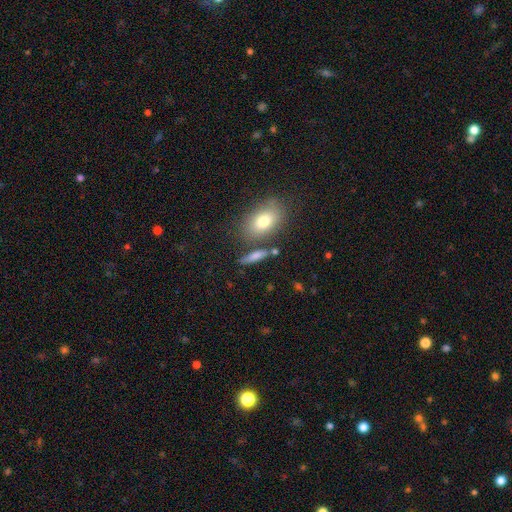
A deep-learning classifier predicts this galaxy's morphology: This appears to be a smooth galaxy with no disk features (70%) that is cigar-shaped (52%). Merging: none (72%).